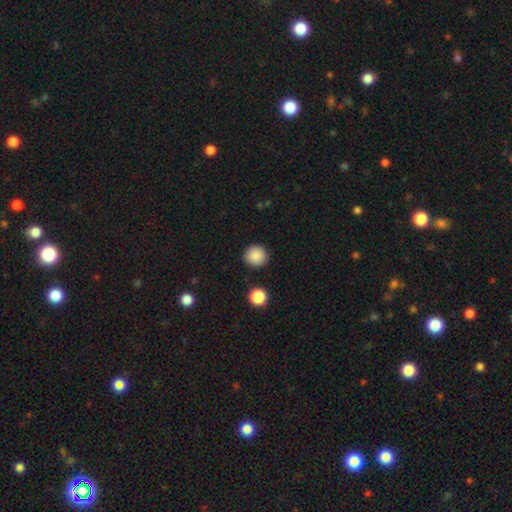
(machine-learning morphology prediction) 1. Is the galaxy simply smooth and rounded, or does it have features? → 87% smooth, 9% star or artifact, 4% featured or disk.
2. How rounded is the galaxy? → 93% round, 7% in between, 1% cigar-shaped.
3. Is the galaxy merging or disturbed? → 91% none, 6% minor disturbance, 2% major disturbance, 2% merger.